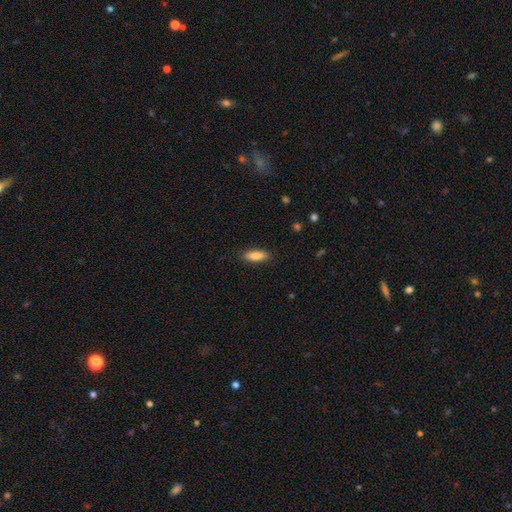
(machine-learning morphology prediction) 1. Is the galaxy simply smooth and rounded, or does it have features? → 83% smooth, 10% featured or disk, 6% star or artifact.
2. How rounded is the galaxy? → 62% in between, 36% cigar-shaped, 2% round.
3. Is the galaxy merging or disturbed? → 87% none, 10% minor disturbance, 2% major disturbance, 1% merger.